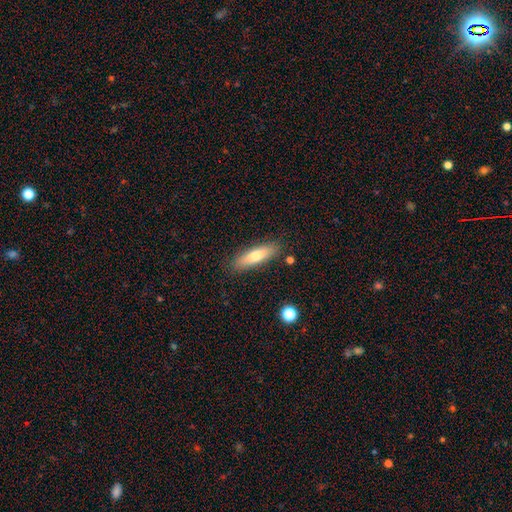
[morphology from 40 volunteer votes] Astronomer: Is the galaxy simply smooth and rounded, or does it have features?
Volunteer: smooth — 52% (runner-up: featured or disk, 45%).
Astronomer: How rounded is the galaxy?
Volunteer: cigar-shaped — 86%.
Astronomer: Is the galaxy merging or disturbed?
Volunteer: none — 97%.